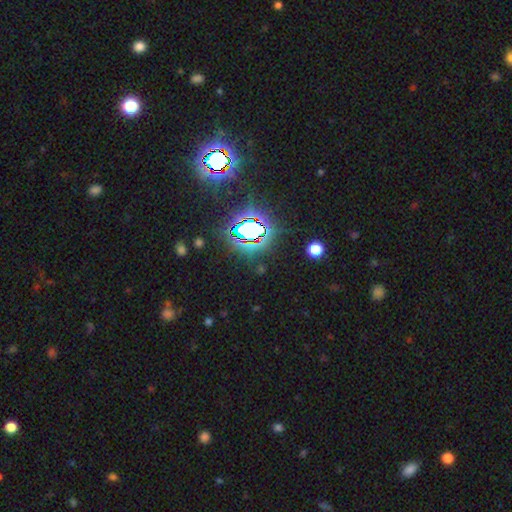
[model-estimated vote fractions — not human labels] Smooth or featured? star or artifact (80%)